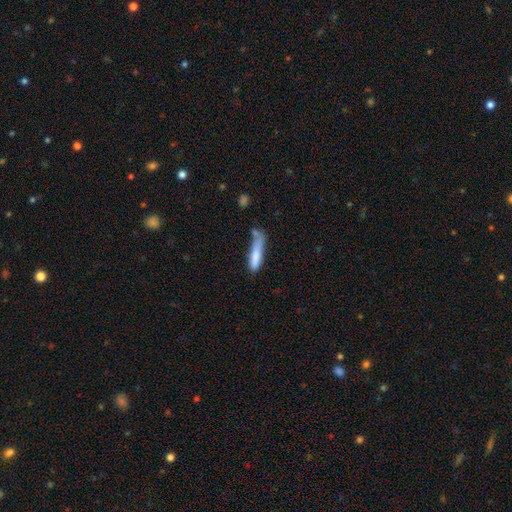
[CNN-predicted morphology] A smooth galaxy with no disk features (78%) that is cigar-shaped (81%).

Vote fractions:
- Smooth or featured? smooth: 78% / featured or disk: 15% / star or artifact: 7%
- How rounded? cigar-shaped: 81% / in between: 18% / round: 2%
- Merging? none: 40% / minor disturbance: 29% / merger: 16% / major disturbance: 15%